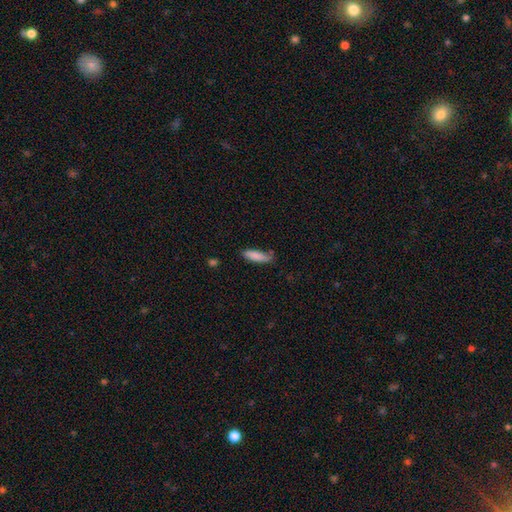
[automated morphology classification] This appears to be a smooth galaxy with no disk features (85%) that is cigar-shaped (59%). Merging: none (70%).